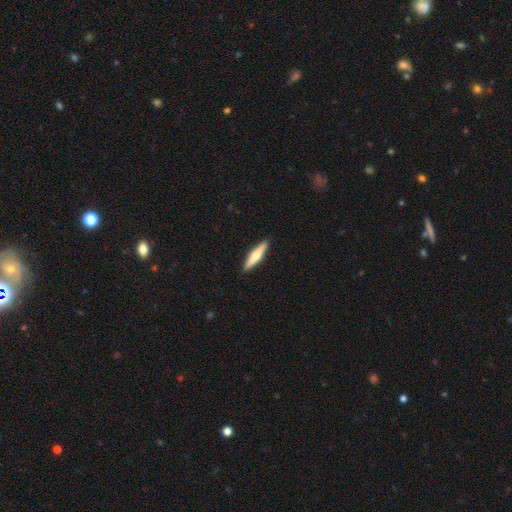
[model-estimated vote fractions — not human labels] Smooth or featured? Predicted: smooth (p=0.56). How rounded? Predicted: cigar-shaped (p=0.84). Merging? Predicted: none (p=0.91).